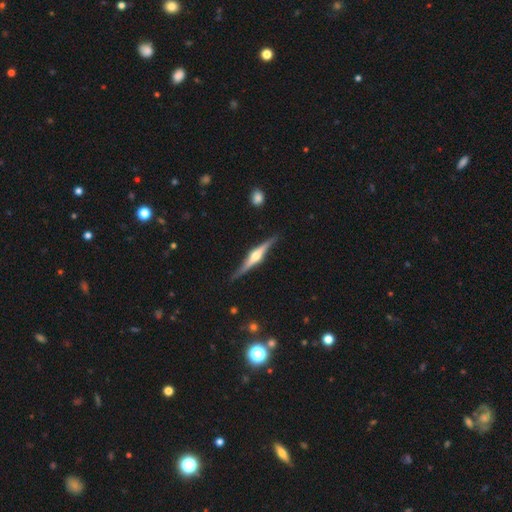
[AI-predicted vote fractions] Morphology: type=featured or disk (81%); edge-on=yes (97%); edge-on bulge=rounded (90%); merging=none (85%).